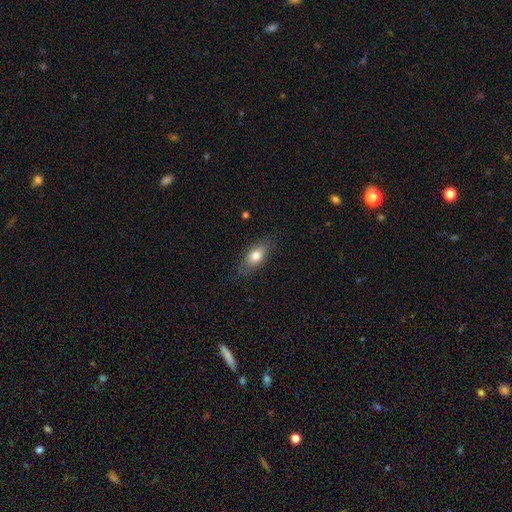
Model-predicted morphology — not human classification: Overall: smooth (72%). How rounded: in between (77%). Merging: none (78%).